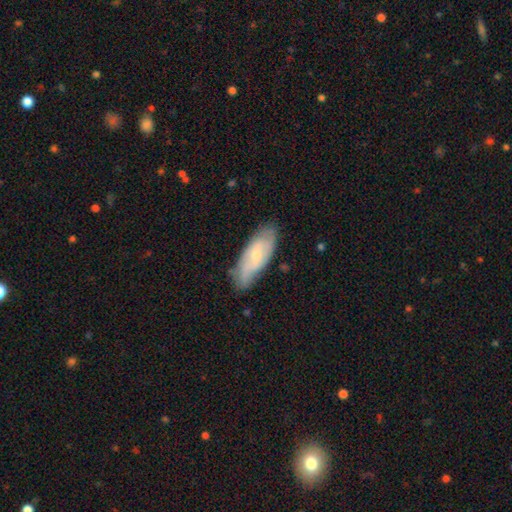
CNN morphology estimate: A featured or disk galaxy (50%).

Vote fractions:
- Smooth or featured? featured or disk: 50% / smooth: 44% / star or artifact: 6%
- Edge-on disk? no: 83% / yes: 17%
- Merging? none: 72% / minor disturbance: 22% / major disturbance: 5% / merger: 2%